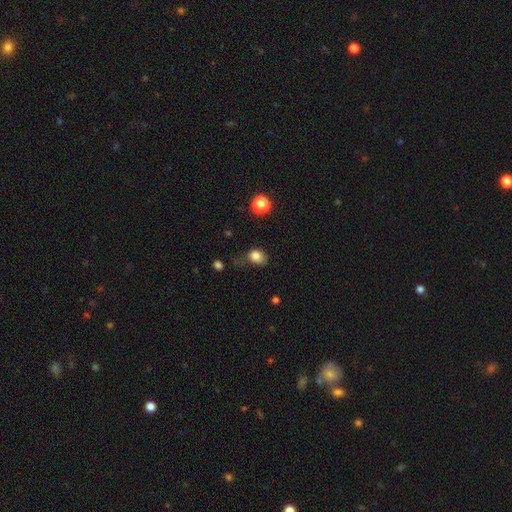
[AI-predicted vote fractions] Smooth or featured? Predicted: smooth (p=0.81). How rounded? Predicted: round (p=0.50). Merging? Predicted: none (p=0.39).